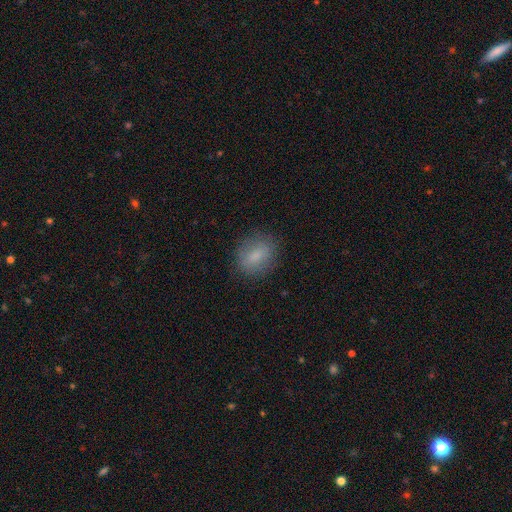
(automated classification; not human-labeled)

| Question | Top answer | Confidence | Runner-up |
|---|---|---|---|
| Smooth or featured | smooth | 78% | featured or disk (13%) |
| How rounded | in between | 50% | round (48%) |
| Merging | none | 83% | minor disturbance (12%) |